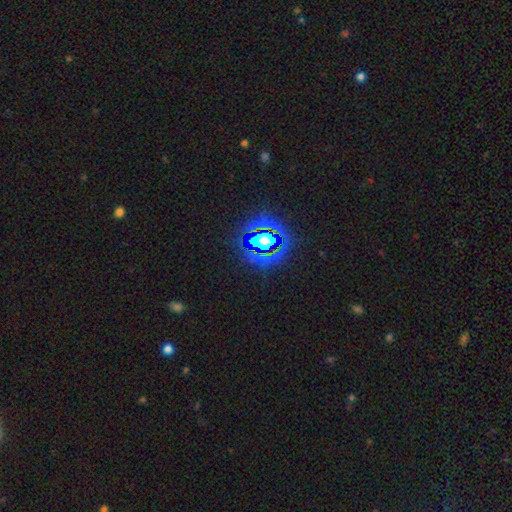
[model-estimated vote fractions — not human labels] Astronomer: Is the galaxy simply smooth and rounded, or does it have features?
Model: star or artifact — 82%.